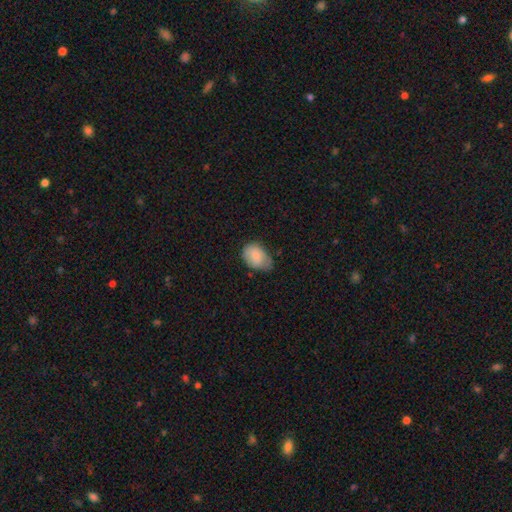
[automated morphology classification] Q: Smooth or featured?
A: smooth (81%); runner-up: featured or disk (12%)
Q: How rounded?
A: in between (79%); runner-up: round (20%)
Q: Merging?
A: none (44%); tied with: minor disturbance (44%)